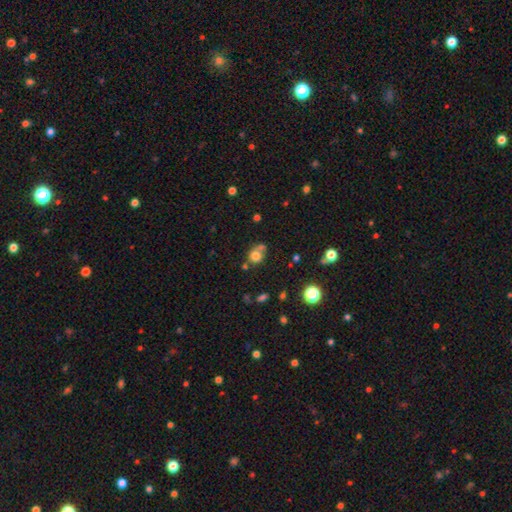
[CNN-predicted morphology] This is likely a smooth galaxy (76%). How rounded: clearly round (81%). Merging: possibly none (51%).